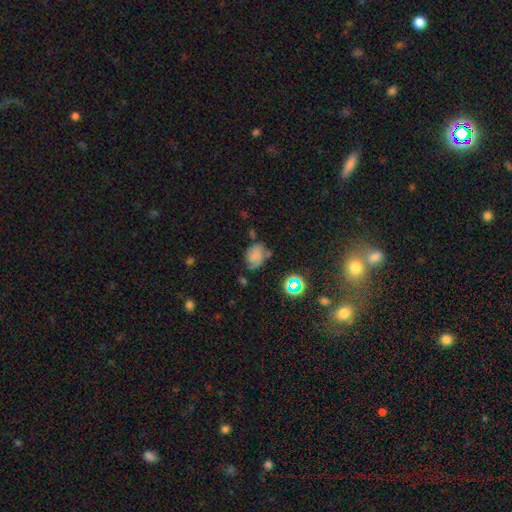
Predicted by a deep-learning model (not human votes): A smooth galaxy with no disk features (60%) that is in between round and cigar-shaped (59%). Merging: none (50%).